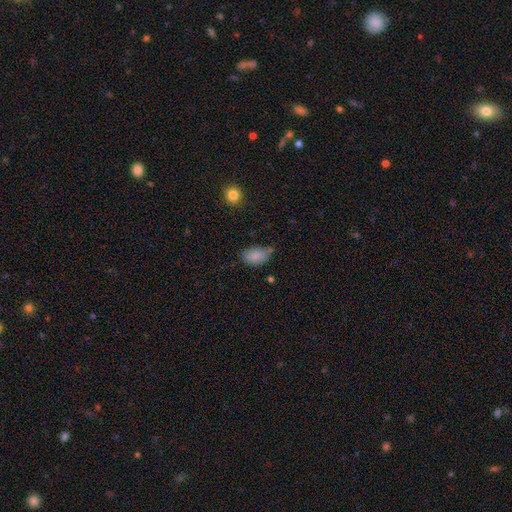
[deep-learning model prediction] Smooth or featured? smooth (84%)
How rounded? in between (90%)
Merging? none (57%)